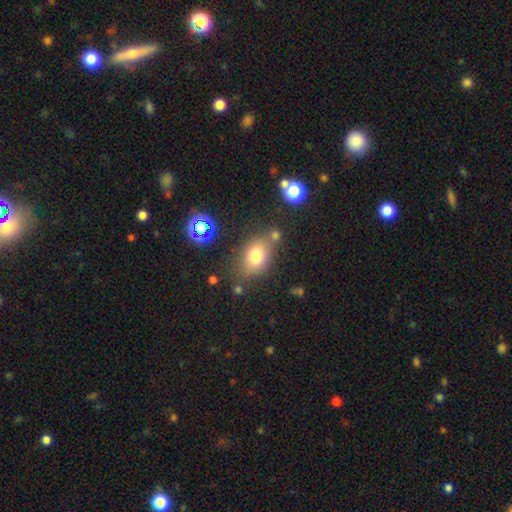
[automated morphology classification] Smooth or featured: smooth — 74% (star or artifact — 13%)
How rounded: in between — 69% (round — 29%)
Merging: none — 67% (minor disturbance — 16%)